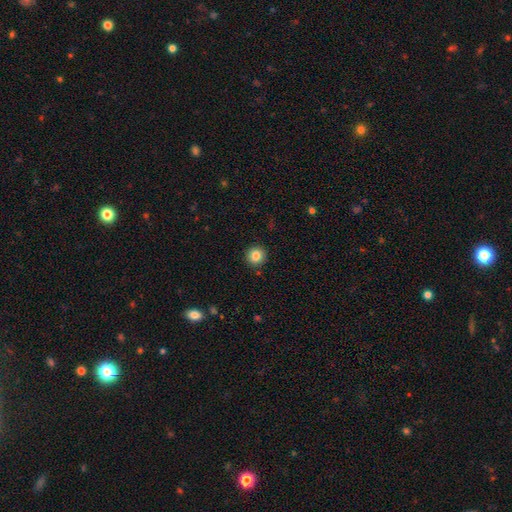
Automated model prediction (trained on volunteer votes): A smooth galaxy with no disk features (84%) that is round (93%). Merging: none (91%).